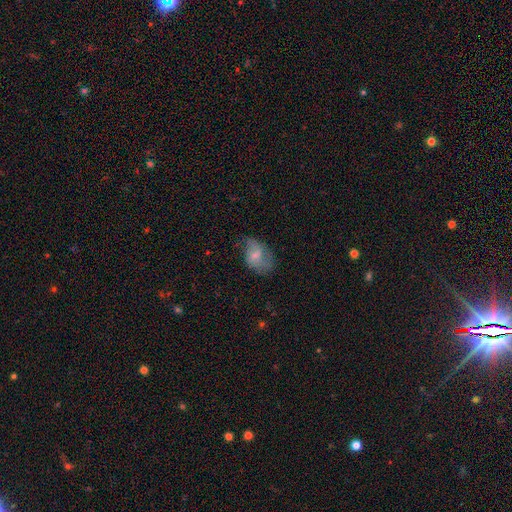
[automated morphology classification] Smooth or featured? Predicted: smooth (p=0.55). How rounded? Predicted: in between (p=0.84). Merging? Predicted: none (p=0.43).